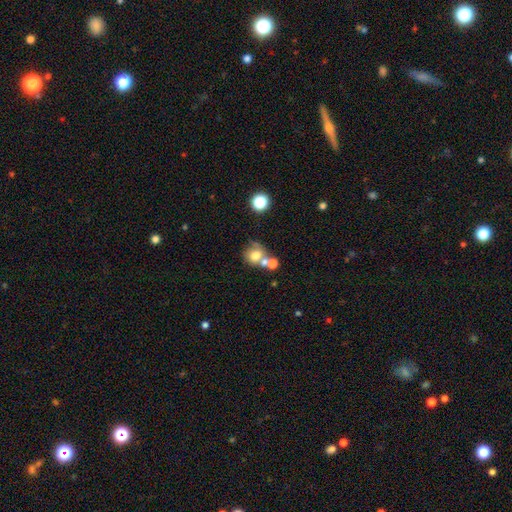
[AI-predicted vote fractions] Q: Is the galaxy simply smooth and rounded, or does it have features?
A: smooth — 67%.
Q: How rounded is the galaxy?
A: round — 69%.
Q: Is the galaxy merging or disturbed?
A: merger — 43%.